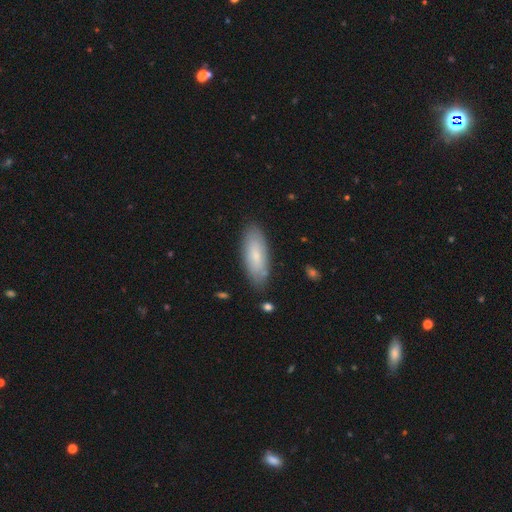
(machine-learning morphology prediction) Smooth or featured? Predicted: smooth (p=0.72). How rounded? Predicted: in between (p=0.72). Merging? Predicted: none (p=0.83).